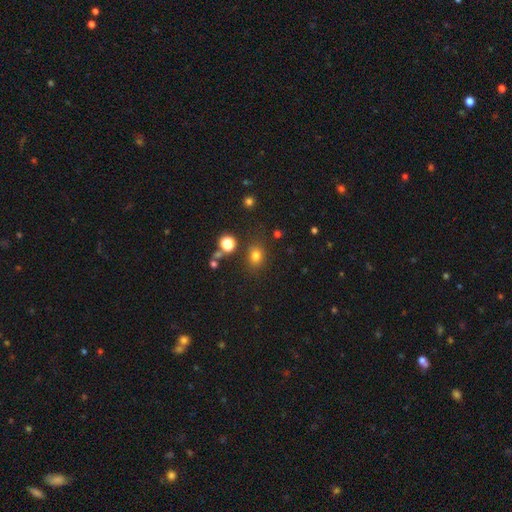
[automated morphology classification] Smooth or featured? smooth (77%)
How rounded? round (53%)
Merging? none (77%)